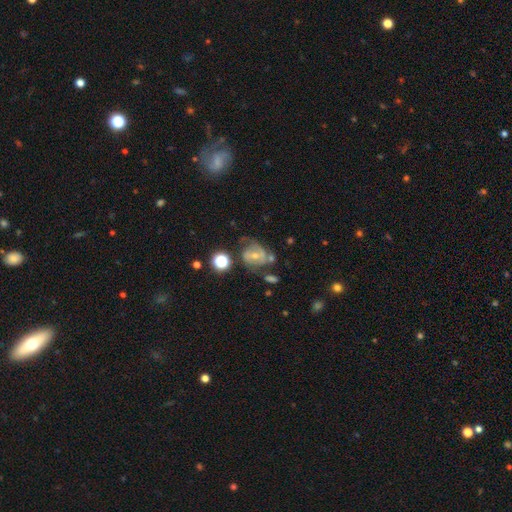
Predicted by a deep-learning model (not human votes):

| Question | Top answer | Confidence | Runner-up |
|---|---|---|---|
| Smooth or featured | featured or disk | 66% | smooth (23%) |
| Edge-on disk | no | 97% | yes (3%) |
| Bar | weak | 45% | no (34%) |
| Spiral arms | yes | 82% | no (18%) |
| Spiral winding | medium | 43% | tight (36%) |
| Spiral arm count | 2 | 58% | can't tell (21%) |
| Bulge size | small | 48% | moderate (44%) |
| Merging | none | 46% | minor disturbance (24%) |